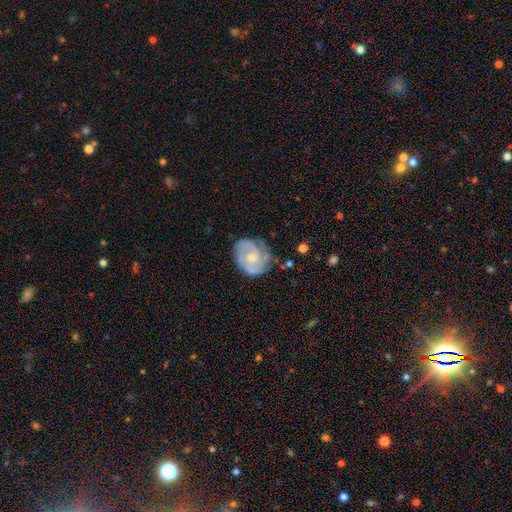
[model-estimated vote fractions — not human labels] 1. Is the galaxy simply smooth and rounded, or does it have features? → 82% featured or disk, 13% smooth, 5% star or artifact.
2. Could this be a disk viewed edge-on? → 98% no, 2% yes.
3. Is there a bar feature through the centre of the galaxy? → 67% no, 28% weak, 5% strong.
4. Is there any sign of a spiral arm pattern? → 95% yes, 5% no.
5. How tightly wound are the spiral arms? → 56% tight, 35% medium, 8% loose.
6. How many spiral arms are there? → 55% 2, 19% 3, 15% can't tell, 5% 1, 3% 4, 3% more than 4.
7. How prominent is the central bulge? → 49% small, 44% moderate, 4% none, 2% large, 1% dominant.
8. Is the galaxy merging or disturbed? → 71% none, 21% minor disturbance, 7% major disturbance, 2% merger.